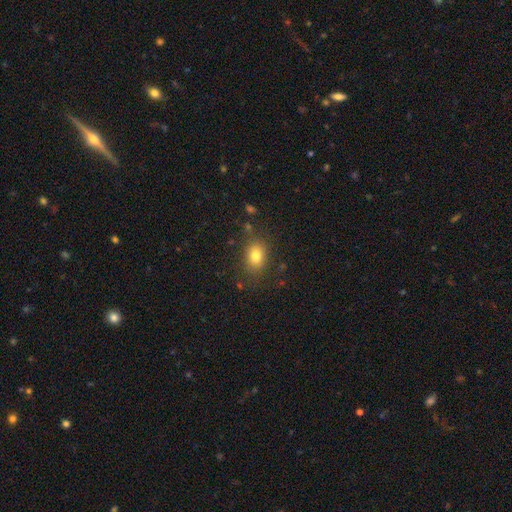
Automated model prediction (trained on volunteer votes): The model was most divided on "how rounded": in between: 71%, round: 28%, cigar-shaped: 1%. More confident: merging — none (82%); smooth or featured — smooth (80%).